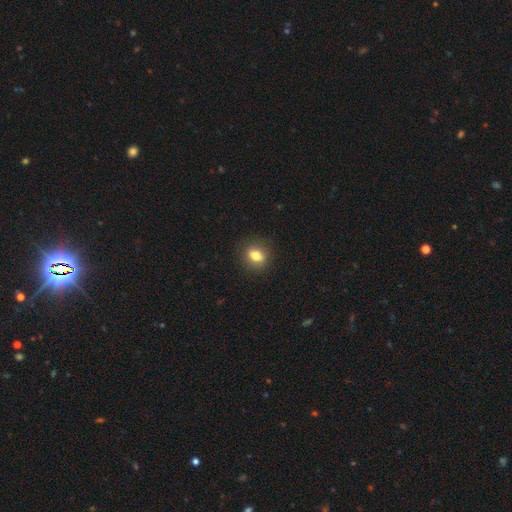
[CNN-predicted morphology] A smooth galaxy with no disk features (77%) that is in between round and cigar-shaped (50%).

Vote fractions:
- Smooth or featured? smooth: 77% / featured or disk: 12% / star or artifact: 10%
- How rounded? in between: 50% / round: 47% / cigar-shaped: 3%
- Merging? none: 86% / minor disturbance: 10% / major disturbance: 3% / merger: 1%